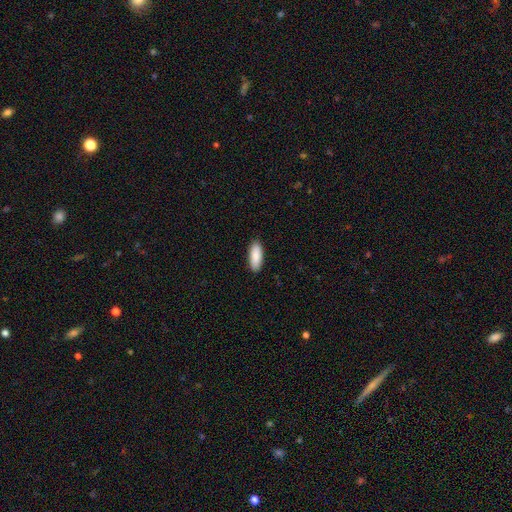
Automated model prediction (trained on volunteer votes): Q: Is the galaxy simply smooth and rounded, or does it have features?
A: smooth — 89%.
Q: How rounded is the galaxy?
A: in between — 75%.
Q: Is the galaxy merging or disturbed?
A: none — 90%.